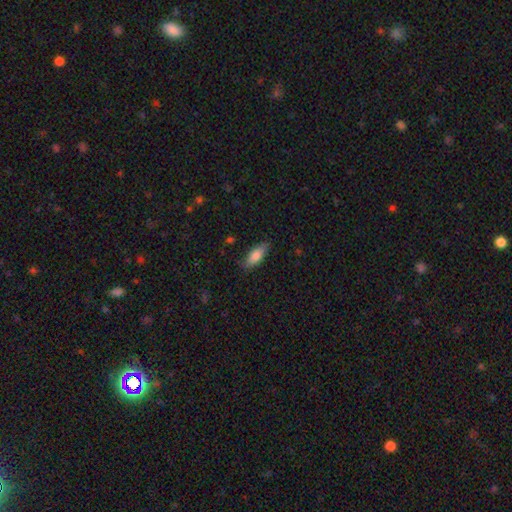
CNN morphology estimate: This is likely a smooth galaxy (79%). How rounded: likely in between (72%). Merging: clearly none (81%).